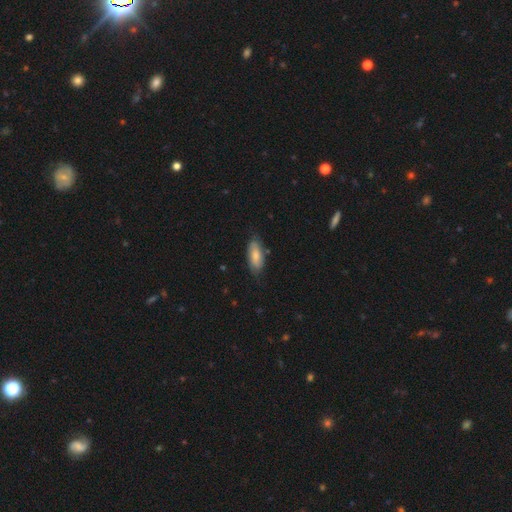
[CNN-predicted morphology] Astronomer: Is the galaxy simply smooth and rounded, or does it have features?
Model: smooth — 73%.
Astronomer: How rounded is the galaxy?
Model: in between — 84%.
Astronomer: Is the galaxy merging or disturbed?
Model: none — 72%.